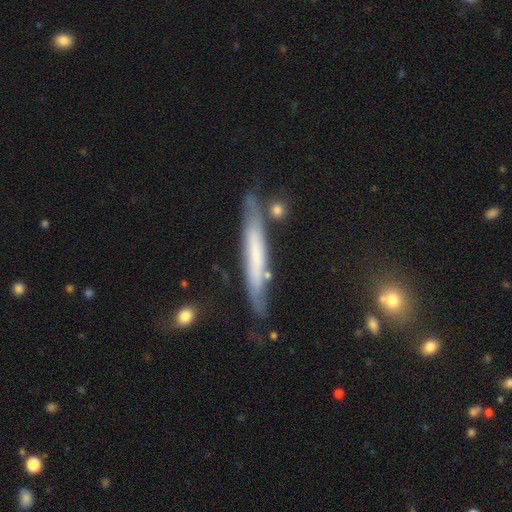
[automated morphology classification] Smooth or featured?
  - featured or disk: 54% *
  - smooth: 39%
  - star or artifact: 7%
Edge-on disk?
  - yes: 80% *
  - no: 20%
Merging?
  - none: 73% *
  - minor disturbance: 18%
  - merger: 5%
  - major disturbance: 4%